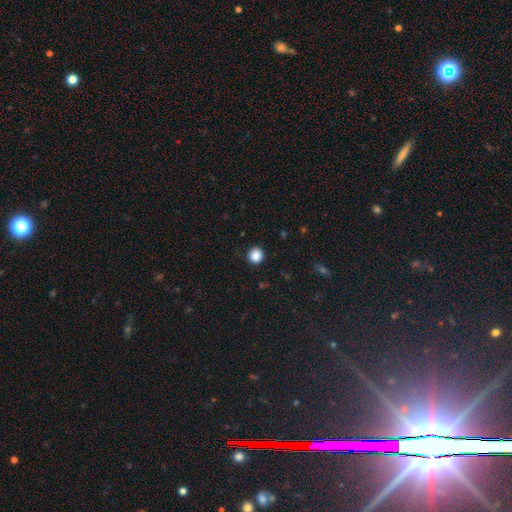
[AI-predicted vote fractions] smooth 87%, star or artifact 10%, featured or disk 3%. Down the decision tree: how rounded — round (93%); merging — none (92%).